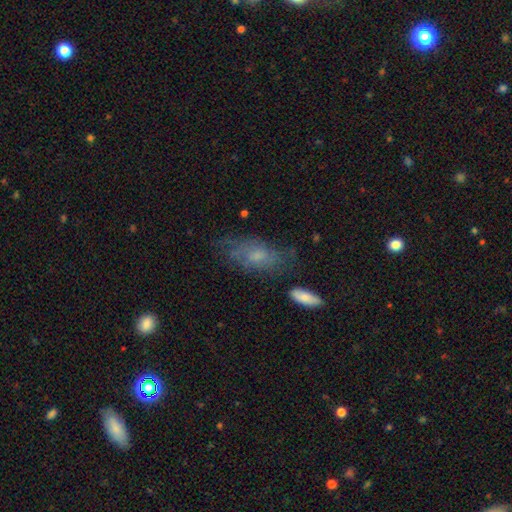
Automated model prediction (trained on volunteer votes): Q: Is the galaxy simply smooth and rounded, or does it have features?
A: smooth — 46%.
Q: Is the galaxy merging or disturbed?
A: none — 53%.